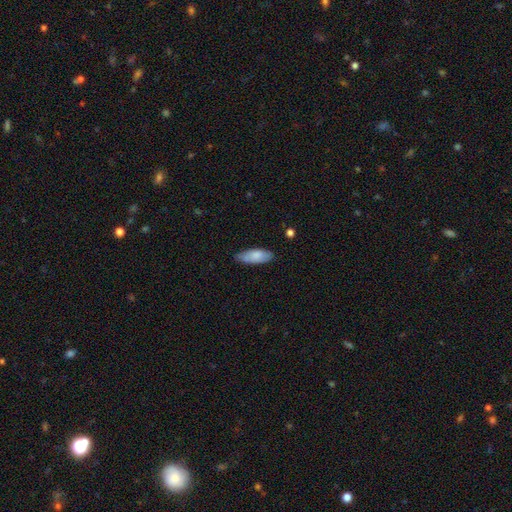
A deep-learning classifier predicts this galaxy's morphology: A smooth galaxy with no disk features (81%) that is in between round and cigar-shaped (76%).

Vote fractions:
- Smooth or featured? smooth: 81% / featured or disk: 14% / star or artifact: 6%
- How rounded? in between: 76% / cigar-shaped: 23% / round: 2%
- Merging? none: 71% / minor disturbance: 24% / major disturbance: 3% / merger: 1%